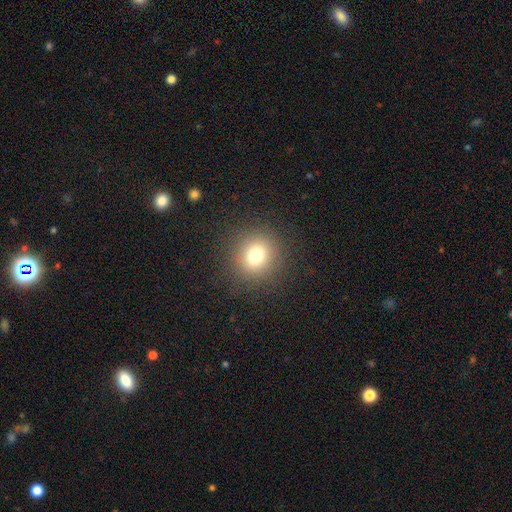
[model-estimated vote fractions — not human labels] This is likely a smooth galaxy (75%). How rounded: clearly round (89%). Merging: clearly none (88%).